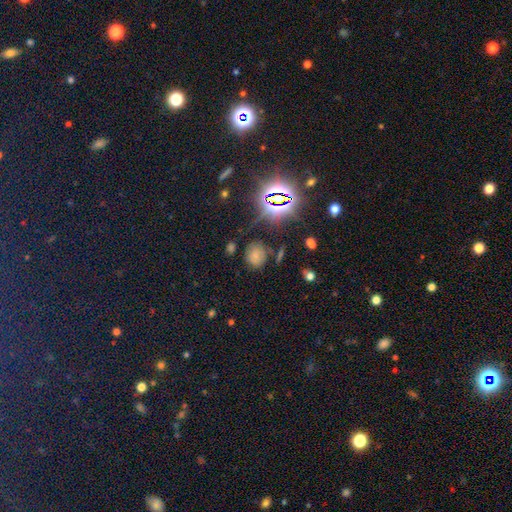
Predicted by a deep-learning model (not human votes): Smooth or featured? smooth (61%)
How rounded? round (62%)
Merging? none (73%)